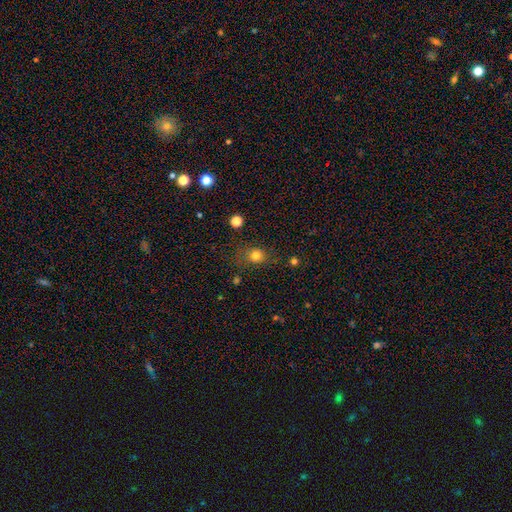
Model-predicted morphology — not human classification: This appears to be a smooth galaxy with no disk features (77%) that is round (68%). Merging: none (73%).